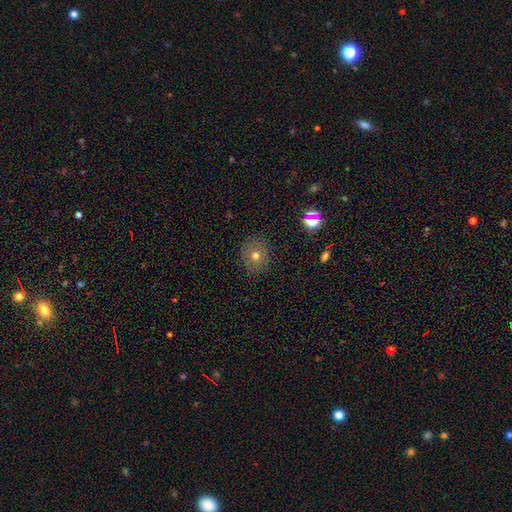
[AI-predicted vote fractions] Overall: smooth (66%). How rounded: round (81%). Merging: none (86%).